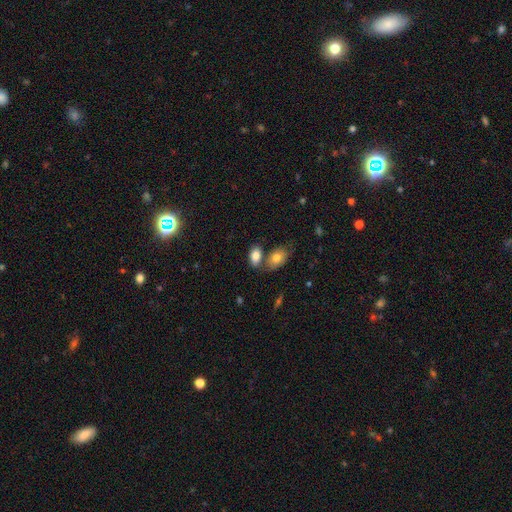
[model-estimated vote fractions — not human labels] Smooth or featured?
  - smooth: 82% *
  - featured or disk: 10%
  - star or artifact: 8%
How rounded?
  - in between: 90% *
  - round: 8%
  - cigar-shaped: 2%
Merging?
  - none: 54% *
  - merger: 30%
  - minor disturbance: 13%
  - major disturbance: 4%